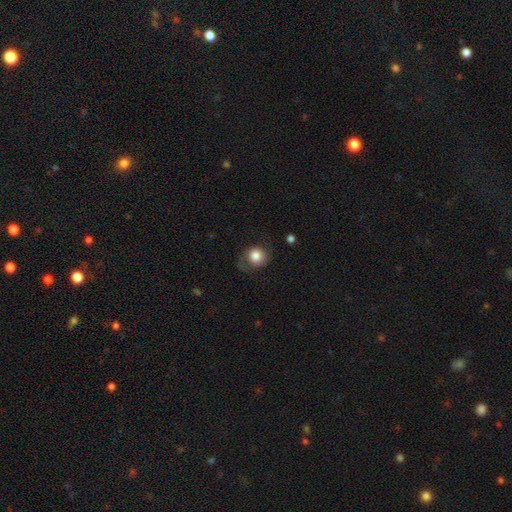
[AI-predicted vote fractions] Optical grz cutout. It shows a smooth galaxy with no disk features (79%) that is round (77%). Merging: none (52%).